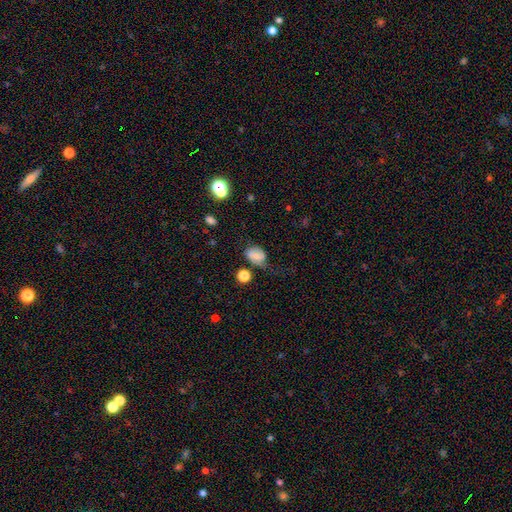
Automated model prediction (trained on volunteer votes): A smooth galaxy with no disk features (58%) that is in between round and cigar-shaped (68%). Merging: none (47%).